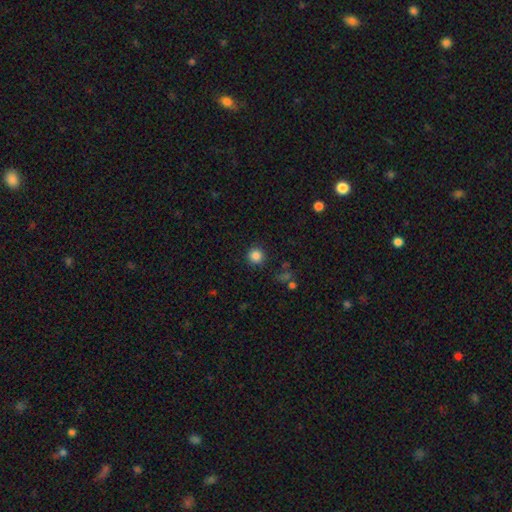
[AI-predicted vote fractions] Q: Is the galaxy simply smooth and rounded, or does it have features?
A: smooth — 85%.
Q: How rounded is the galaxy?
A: round — 95%.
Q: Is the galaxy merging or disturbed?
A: none — 89%.